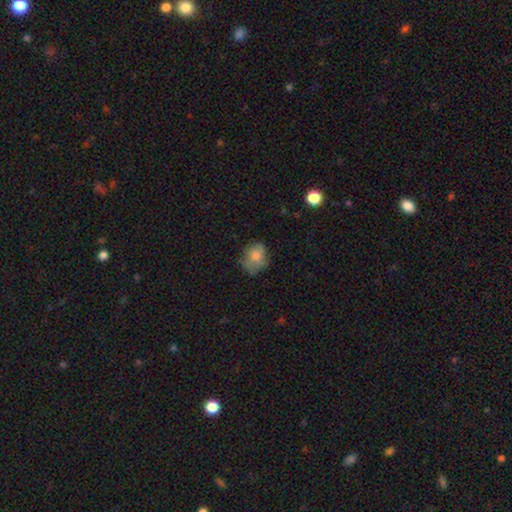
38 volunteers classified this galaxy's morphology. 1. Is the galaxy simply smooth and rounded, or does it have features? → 79% smooth, 18% featured or disk, 3% star or artifact.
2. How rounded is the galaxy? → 70% round, 27% in between, 3% cigar-shaped.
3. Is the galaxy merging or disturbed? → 73% none, 24% minor disturbance, 3% major disturbance, 0% merger.